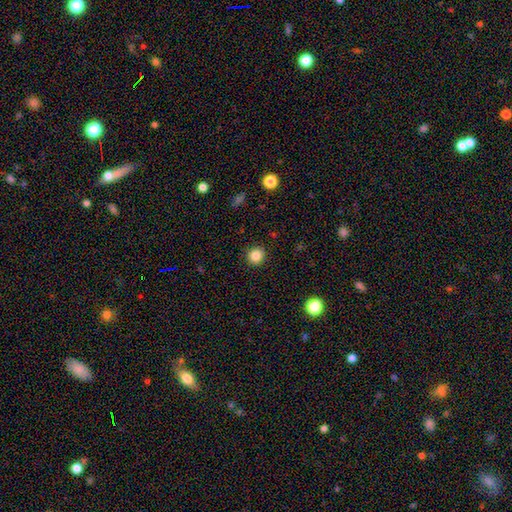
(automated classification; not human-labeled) The model was most divided on "smooth or featured": smooth: 84%, star or artifact: 11%, featured or disk: 5%. More confident: how rounded — round (92%); merging — none (92%).